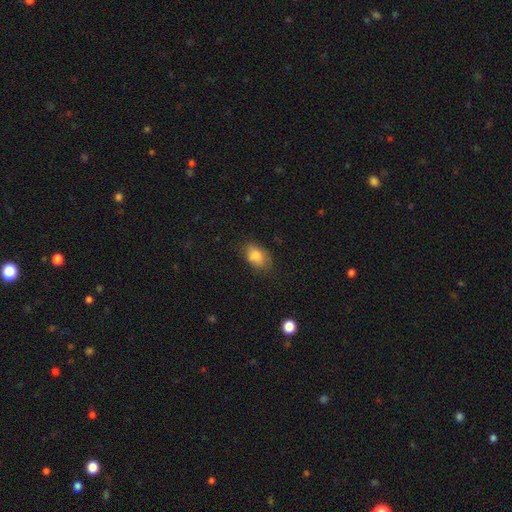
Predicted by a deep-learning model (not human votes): This appears to be a smooth galaxy with no disk features (81%) that is in between round and cigar-shaped (83%). Merging: none (62%).